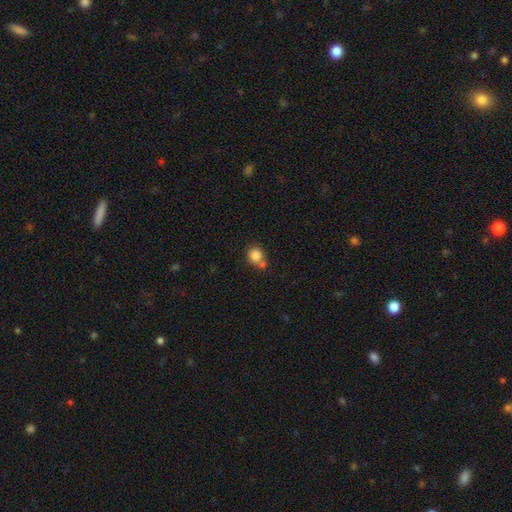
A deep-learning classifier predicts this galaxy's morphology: Q: Smooth or featured?
A: smooth (83%); runner-up: star or artifact (10%)
Q: How rounded?
A: round (84%); runner-up: in between (15%)
Q: Merging?
A: none (52%); runner-up: merger (33%)